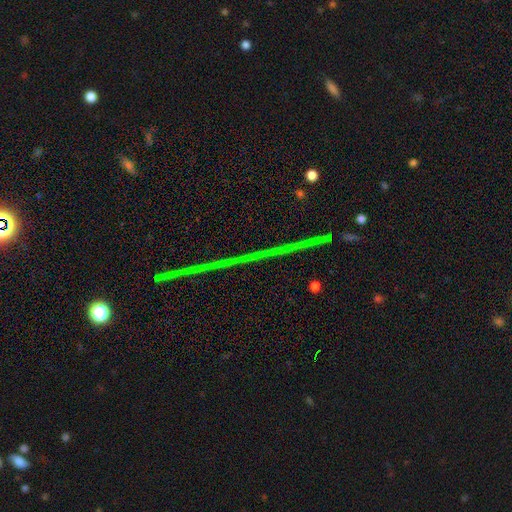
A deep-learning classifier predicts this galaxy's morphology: This is clearly a star or artifact rather than a galaxy (82%).